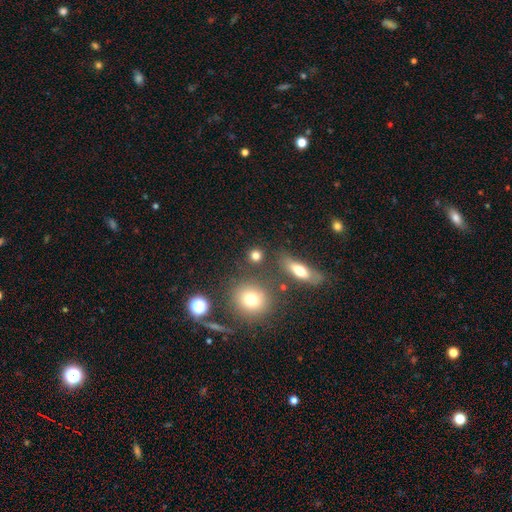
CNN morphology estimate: A smooth galaxy with no disk features (76%) that is round (84%).

Vote fractions:
- Smooth or featured? smooth: 76% / star or artifact: 16% / featured or disk: 8%
- How rounded? round: 84% / in between: 13% / cigar-shaped: 3%
- Merging? none: 81% / minor disturbance: 8% / merger: 7% / major disturbance: 4%